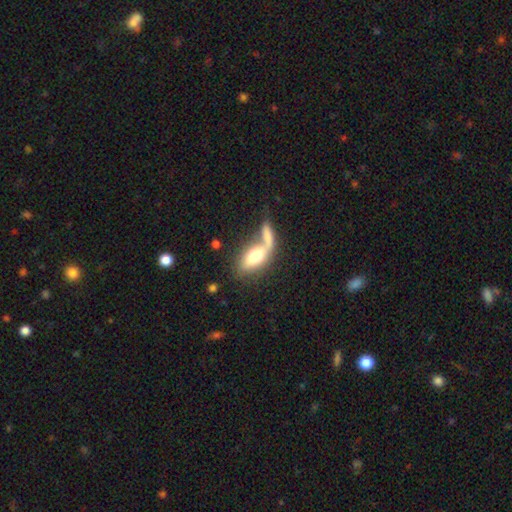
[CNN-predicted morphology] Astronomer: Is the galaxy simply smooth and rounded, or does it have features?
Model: smooth — 67%.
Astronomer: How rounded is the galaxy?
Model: in between — 81%.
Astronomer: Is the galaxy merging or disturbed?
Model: merger — 52% (runner-up: none, 28%).